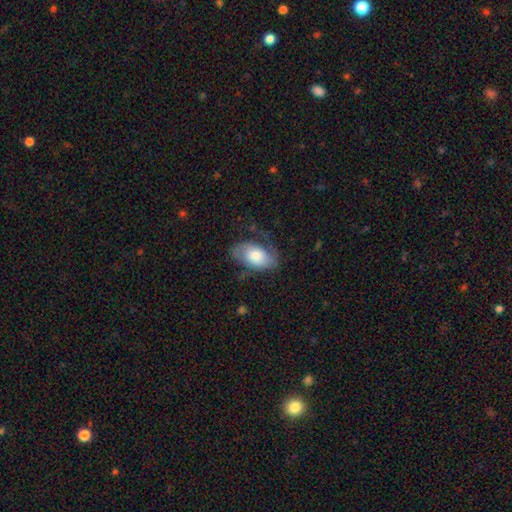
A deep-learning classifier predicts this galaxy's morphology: This is possibly a smooth galaxy (58%). How rounded: clearly in between (93%). Merging: possibly none (51%).